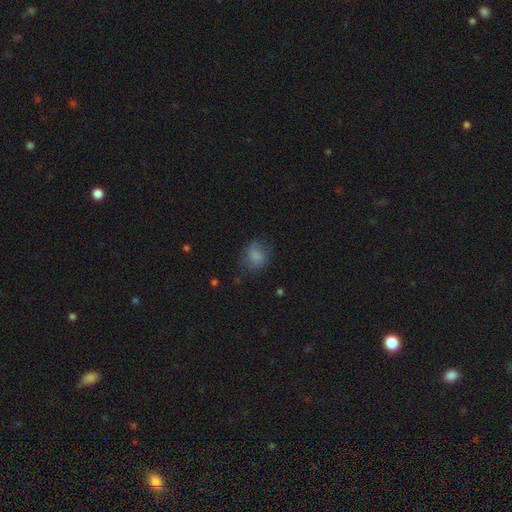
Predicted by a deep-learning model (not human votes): Overall: smooth (78%). How rounded: round (65%; in between 34%). Merging: none (67%).